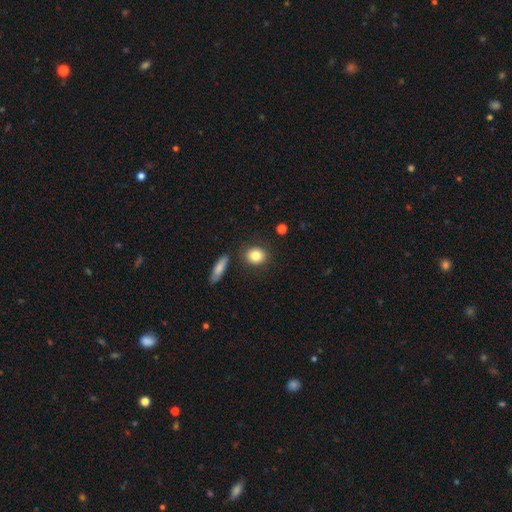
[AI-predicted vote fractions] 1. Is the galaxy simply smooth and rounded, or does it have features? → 84% smooth, 8% featured or disk, 8% star or artifact.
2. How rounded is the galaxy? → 59% round, 39% in between, 2% cigar-shaped.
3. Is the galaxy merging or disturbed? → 83% none, 9% minor disturbance, 5% merger, 3% major disturbance.